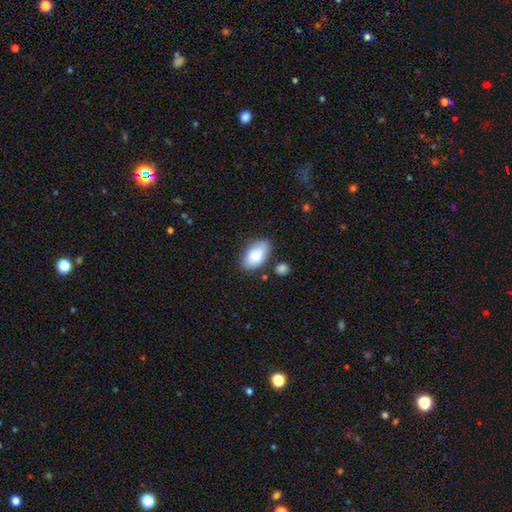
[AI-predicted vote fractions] Smooth or featured: smooth — 85% (featured or disk — 9%)
How rounded: in between — 94% (round — 4%)
Merging: none — 71% (minor disturbance — 18%)